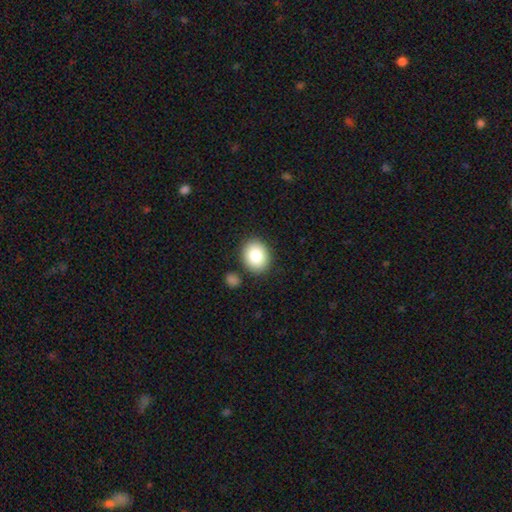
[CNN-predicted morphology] This appears to be a smooth galaxy with no disk features (84%) that is round (53%). Merging: none (85%).